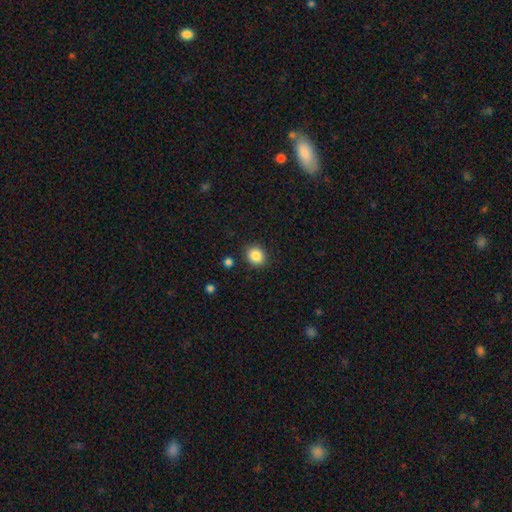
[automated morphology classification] smooth-or-featured: smooth: 86% | star or artifact: 9% | featured or disk: 5%
  how-rounded: round: 73% | in between: 26% | cigar-shaped: 1%
  merging: none: 89% | minor disturbance: 7% | major disturbance: 2% | merger: 2%